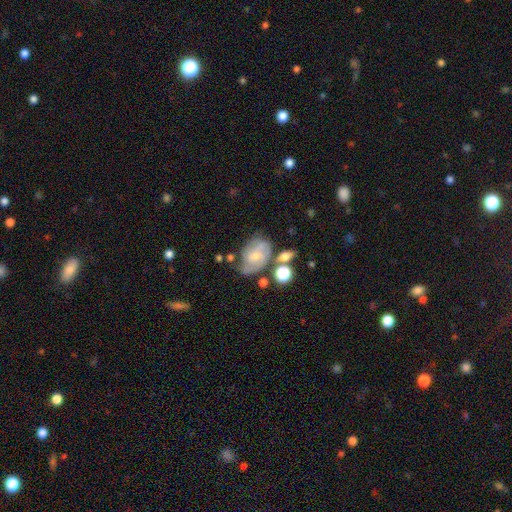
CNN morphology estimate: A featured or disk galaxy (56%) with no bar (62%), spiral arms (74%) and a small central bulge (56%). Merging: none (47%).